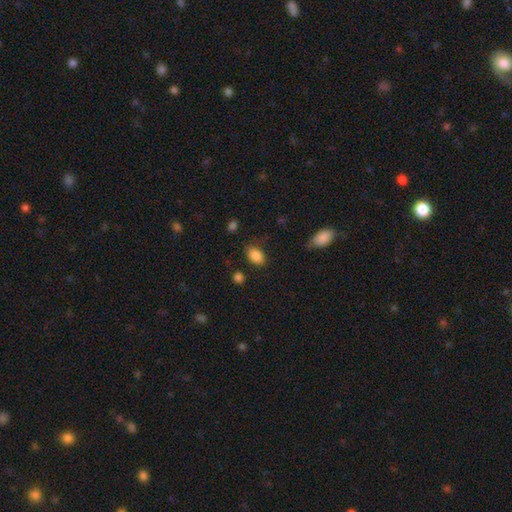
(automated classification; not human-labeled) Overall: smooth (87%). How rounded: in between (83%). Merging: none (75%).